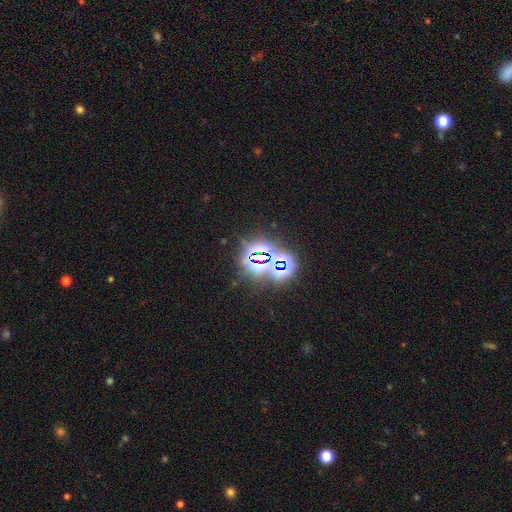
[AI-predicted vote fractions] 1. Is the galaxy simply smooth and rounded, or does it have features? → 79% star or artifact, 12% smooth, 9% featured or disk.